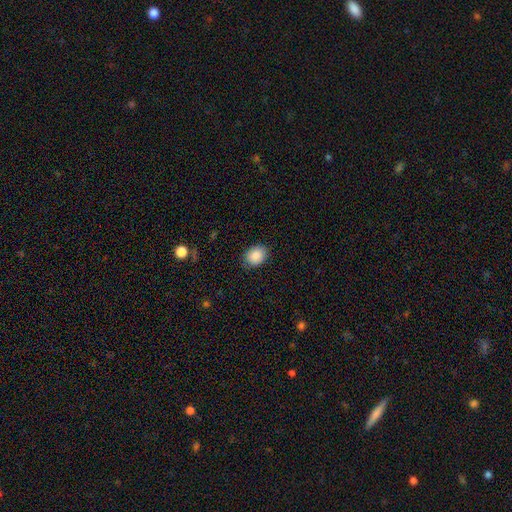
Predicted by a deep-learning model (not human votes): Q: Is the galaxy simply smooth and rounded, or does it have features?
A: smooth — 88%.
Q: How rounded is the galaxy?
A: in between — 55%.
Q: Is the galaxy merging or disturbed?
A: none — 86%.